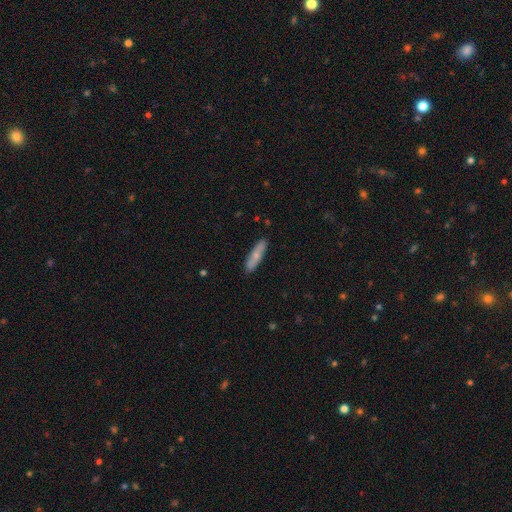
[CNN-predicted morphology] Smooth or featured: smooth — 65% (featured or disk — 30%)
How rounded: cigar-shaped — 76% (in between — 22%)
Merging: none — 87% (minor disturbance — 10%)